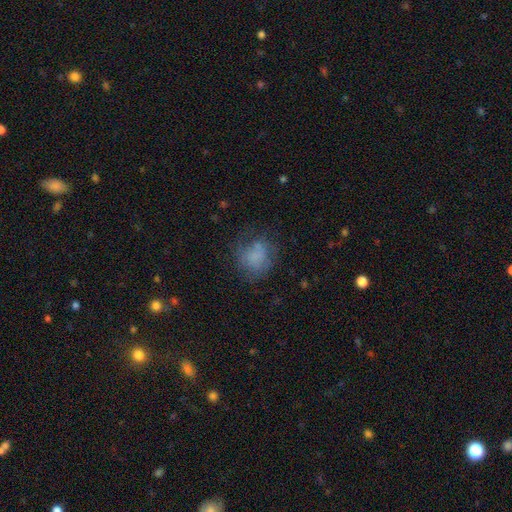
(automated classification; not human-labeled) Morphology: type=smooth (67%); roundness=round (70%); merging=none (56%).